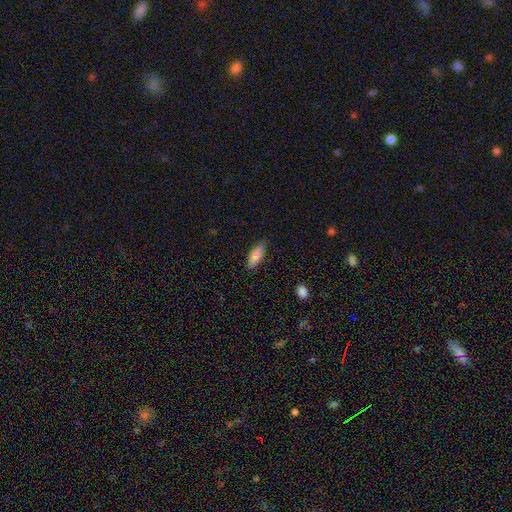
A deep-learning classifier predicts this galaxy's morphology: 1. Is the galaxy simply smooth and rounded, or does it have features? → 81% smooth, 12% featured or disk, 6% star or artifact.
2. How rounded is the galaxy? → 59% in between, 39% cigar-shaped, 2% round.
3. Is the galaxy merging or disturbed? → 85% none, 11% minor disturbance, 2% major disturbance, 1% merger.